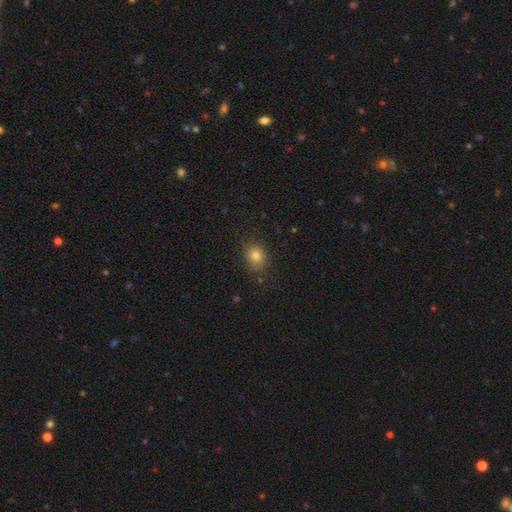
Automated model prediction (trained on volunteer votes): smooth-or-featured: smooth: 80% | star or artifact: 13% | featured or disk: 7%
  how-rounded: round: 60% | in between: 39% | cigar-shaped: 1%
  merging: none: 83% | minor disturbance: 12% | major disturbance: 3% | merger: 1%